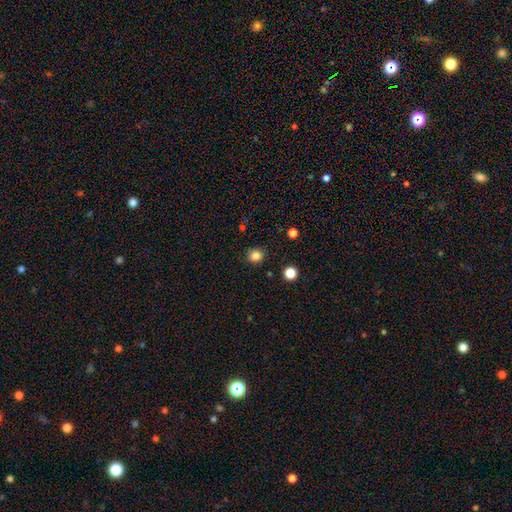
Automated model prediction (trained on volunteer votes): Q: Smooth or featured?
A: smooth (84%); runner-up: star or artifact (13%)
Q: How rounded?
A: round (89%); runner-up: in between (10%)
Q: Merging?
A: none (89%); runner-up: minor disturbance (7%)